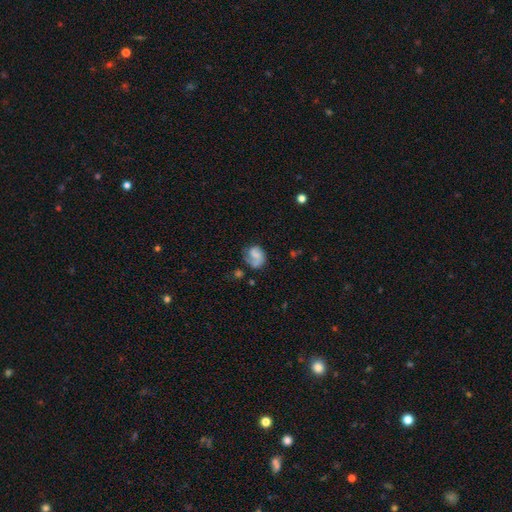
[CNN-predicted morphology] Smooth or featured? smooth (50%)
How rounded? round (52%)
Merging? none (44%)